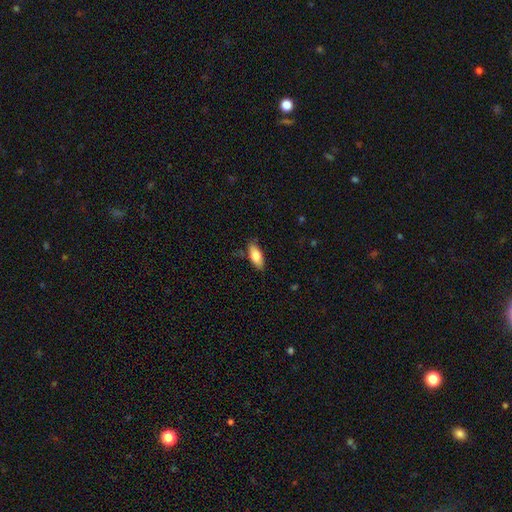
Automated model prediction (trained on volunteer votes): smooth_or_featured: smooth (p=0.76) [alt: featured or disk p=0.17]
how_rounded: in between (p=0.79) [alt: cigar-shaped p=0.18]
merging: none (p=0.79) [alt: minor disturbance p=0.16]